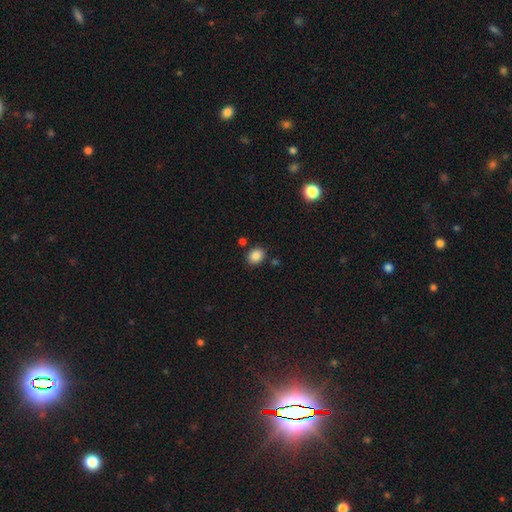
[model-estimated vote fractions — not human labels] Overall: smooth (86%). How rounded: round (51%; in between 48%). Merging: none (82%).